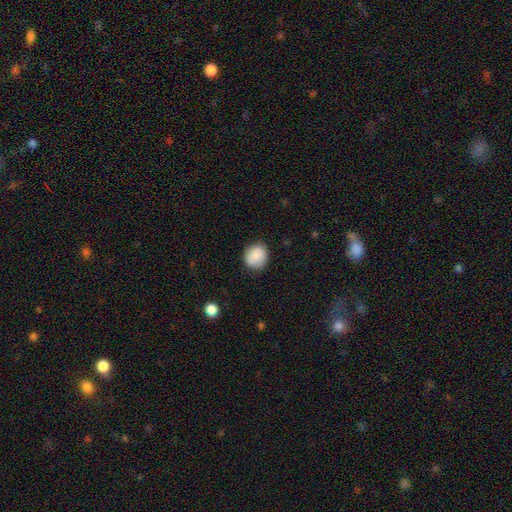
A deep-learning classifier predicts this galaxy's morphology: smooth 87%, star or artifact 7%, featured or disk 5%. Down the decision tree: how rounded — round (83%); merging — none (85%).